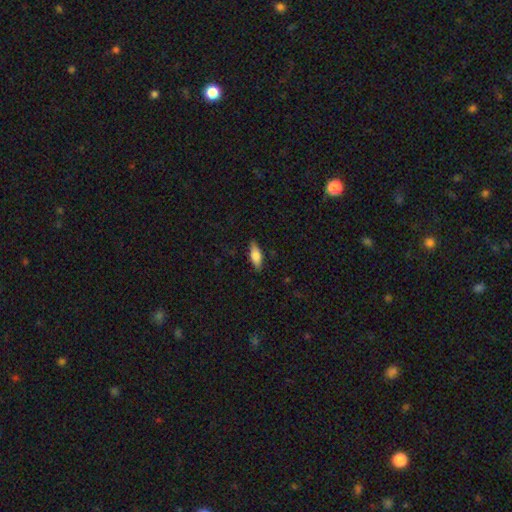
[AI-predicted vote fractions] Overall: smooth (76%). How rounded: in between (69%). Merging: none (85%).